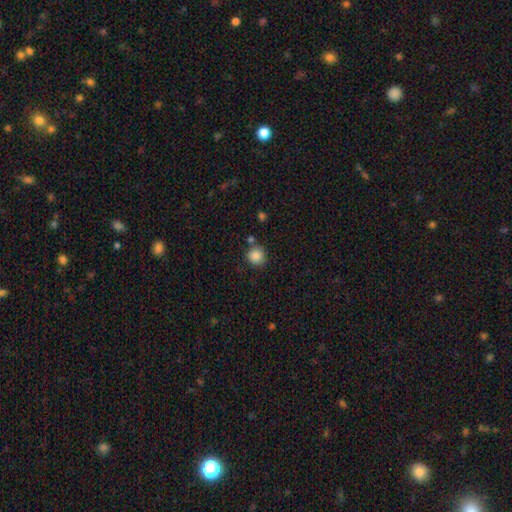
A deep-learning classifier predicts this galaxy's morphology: Q: Smooth or featured?
A: smooth (87%); runner-up: star or artifact (10%)
Q: How rounded?
A: round (92%); runner-up: in between (7%)
Q: Merging?
A: none (79%); runner-up: minor disturbance (10%)